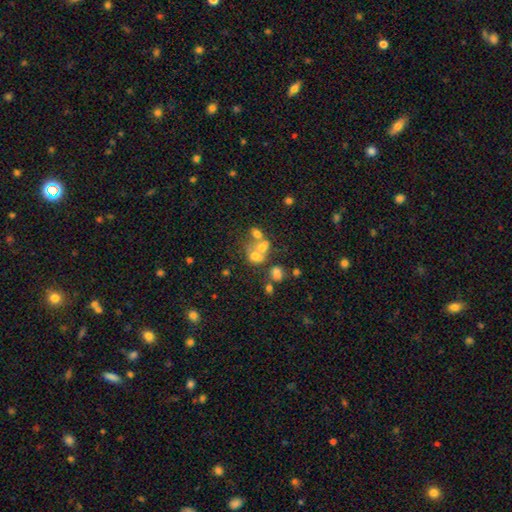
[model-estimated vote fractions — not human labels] This is possibly a smooth galaxy (45%). Merging: possibly merger (52%).